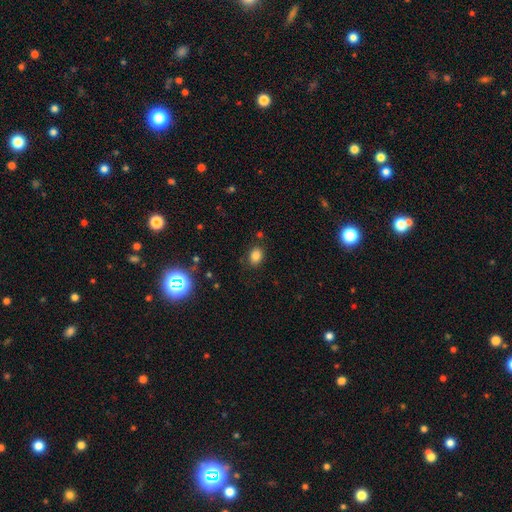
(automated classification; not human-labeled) smooth-or-featured: smooth: 82% | star or artifact: 12% | featured or disk: 6%
  how-rounded: in between: 60% | round: 39% | cigar-shaped: 1%
  merging: none: 80% | minor disturbance: 13% | major disturbance: 4% | merger: 3%